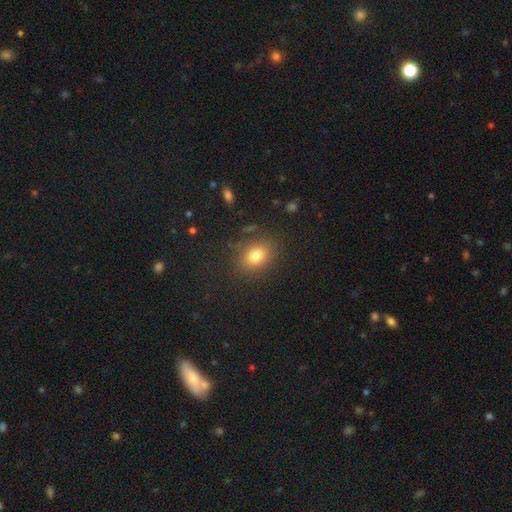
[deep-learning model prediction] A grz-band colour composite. It shows a smooth galaxy with no disk features (78%) that is in between round and cigar-shaped (60%). Merging: none (84%).